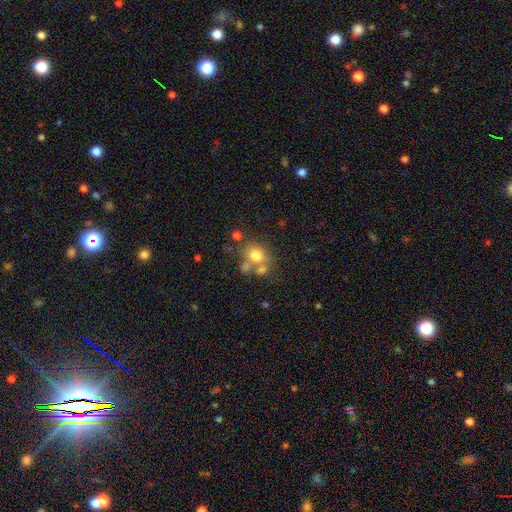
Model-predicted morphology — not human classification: smooth_or_featured: smooth (p=0.72) [alt: featured or disk p=0.15]
how_rounded: round (p=0.64) [alt: in between p=0.35]
merging: none (p=0.51) [alt: merger p=0.29]